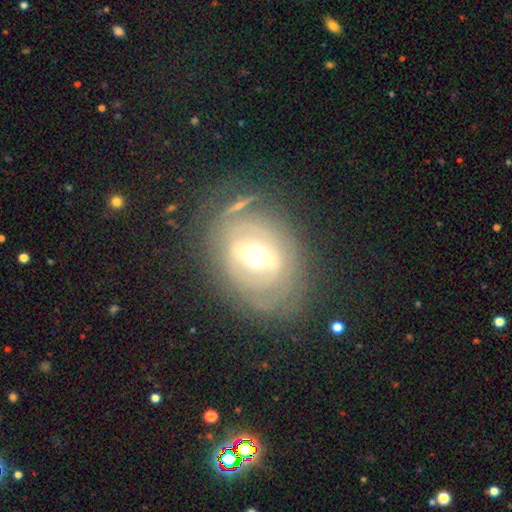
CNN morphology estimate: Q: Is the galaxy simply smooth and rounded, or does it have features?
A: featured or disk — 69%.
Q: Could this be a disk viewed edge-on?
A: no — 92%.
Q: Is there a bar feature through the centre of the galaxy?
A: strong — 39%.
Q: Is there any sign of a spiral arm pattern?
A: yes — 50%, tied with no.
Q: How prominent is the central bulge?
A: moderate — 57%.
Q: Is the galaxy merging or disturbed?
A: none — 66%.